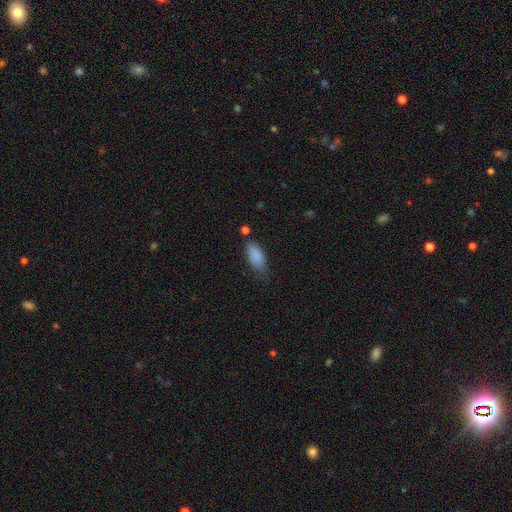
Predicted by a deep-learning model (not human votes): Morphology: type=smooth (87%); roundness=in between (84%); merging=none (61%).